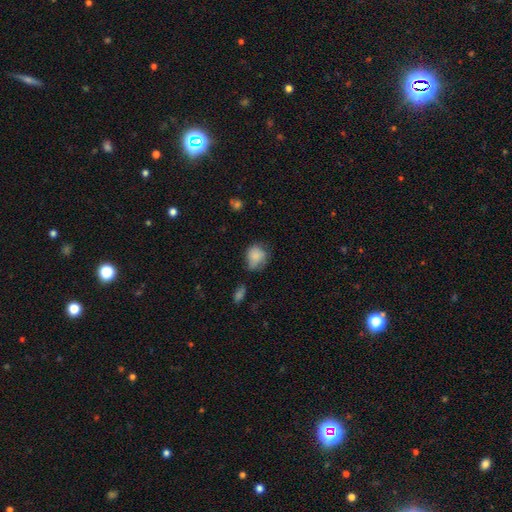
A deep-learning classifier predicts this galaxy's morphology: smooth-or-featured: smooth: 80% | featured or disk: 11% | star or artifact: 9%
  how-rounded: round: 63% | in between: 36% | cigar-shaped: 1%
  merging: none: 46% | minor disturbance: 37% | major disturbance: 13% | merger: 4%